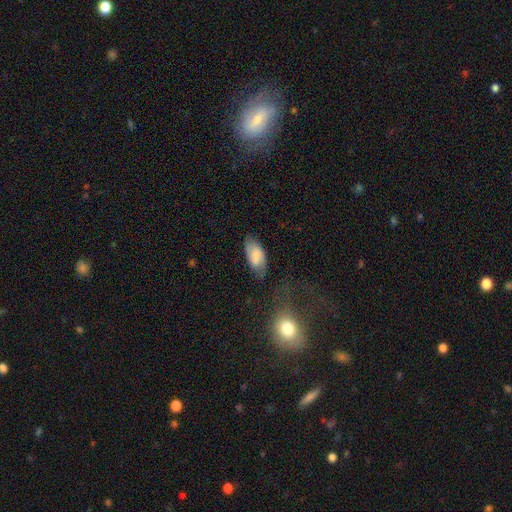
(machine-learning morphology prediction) smooth_or_featured: smooth (p=0.70) [alt: featured or disk p=0.22]
how_rounded: in between (p=0.92) [alt: cigar-shaped p=0.05]
merging: none (p=0.65) [alt: minor disturbance p=0.25]